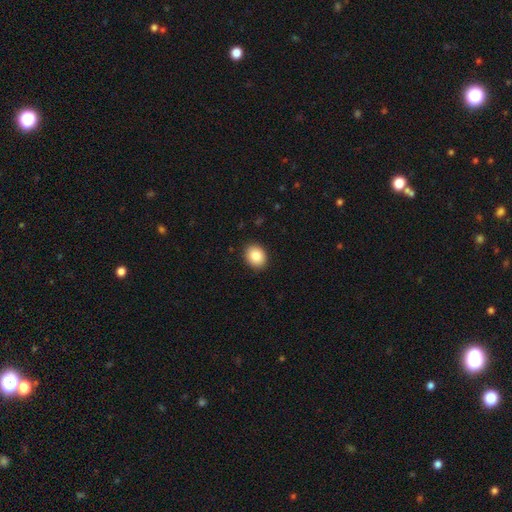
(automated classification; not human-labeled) A smooth galaxy with no disk features (85%) that is round (52%).

Vote fractions:
- Smooth or featured? smooth: 85% / star or artifact: 8% / featured or disk: 7%
- How rounded? round: 52% / in between: 48% / cigar-shaped: 1%
- Merging? none: 90% / minor disturbance: 7% / major disturbance: 2% / merger: 1%